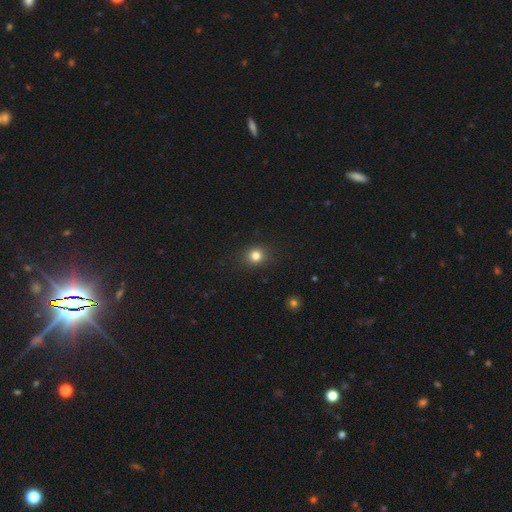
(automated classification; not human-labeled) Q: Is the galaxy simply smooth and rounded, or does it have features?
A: smooth — 80%.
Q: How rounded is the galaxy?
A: round — 77%.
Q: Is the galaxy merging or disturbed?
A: none — 87%.